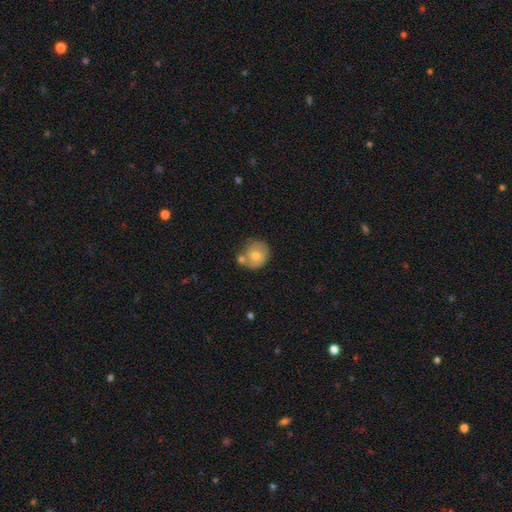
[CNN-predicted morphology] type=smooth (68%); roundness=round (79%); merging=none (51%).